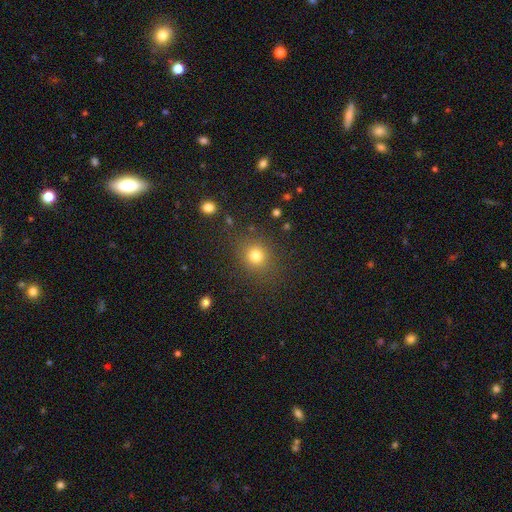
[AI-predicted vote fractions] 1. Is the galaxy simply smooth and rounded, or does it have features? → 79% smooth, 14% star or artifact, 7% featured or disk.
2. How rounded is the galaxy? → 82% round, 17% in between, 1% cigar-shaped.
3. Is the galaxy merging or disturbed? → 84% none, 10% minor disturbance, 5% major disturbance, 2% merger.